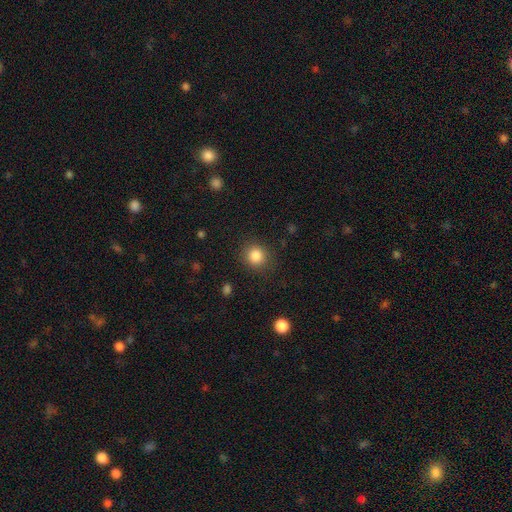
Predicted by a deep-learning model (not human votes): Morphology: type=smooth (85%); roundness=round (87%); merging=none (87%).